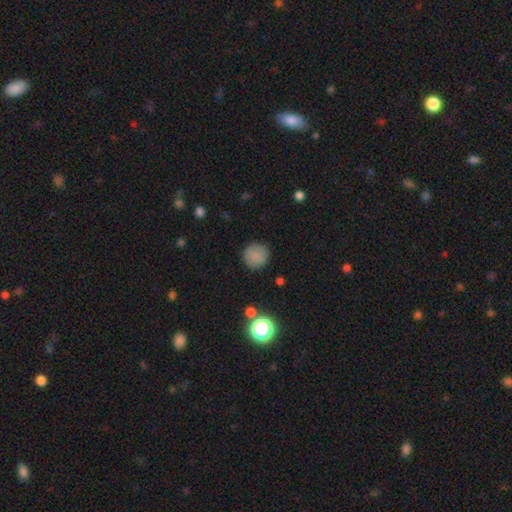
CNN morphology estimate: type=smooth (82%); roundness=round (94%); merging=none (87%).